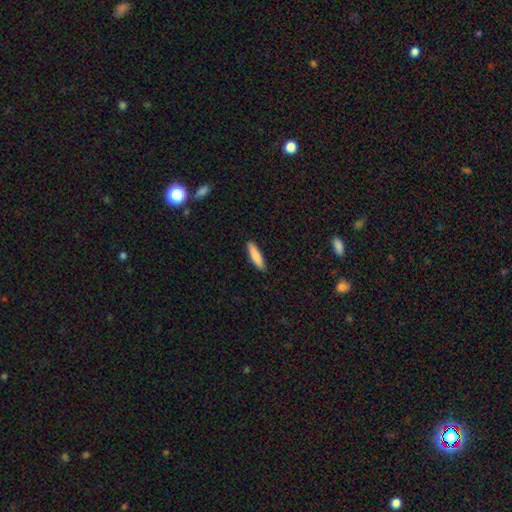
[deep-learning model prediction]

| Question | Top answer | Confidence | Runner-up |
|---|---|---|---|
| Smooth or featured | smooth | 84% | featured or disk (11%) |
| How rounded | cigar-shaped | 78% | in between (21%) |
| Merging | none | 89% | minor disturbance (8%) |